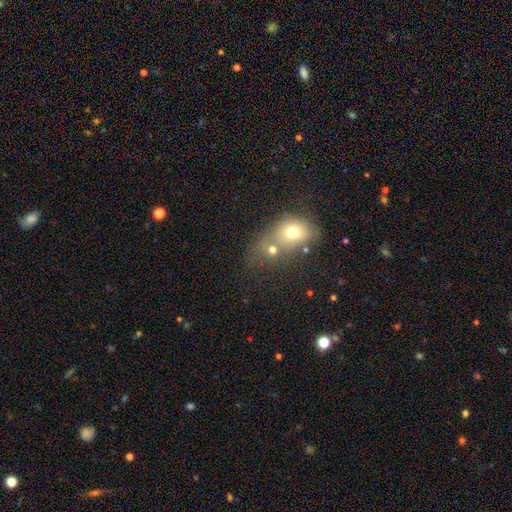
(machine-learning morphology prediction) A smooth galaxy with no disk features (57%) that is round (54%).

Vote fractions:
- Smooth or featured? smooth: 57% / star or artifact: 23% / featured or disk: 20%
- How rounded? round: 54% / in between: 43% / cigar-shaped: 3%
- Merging? merger: 52% / none: 26% / minor disturbance: 12% / major disturbance: 11%